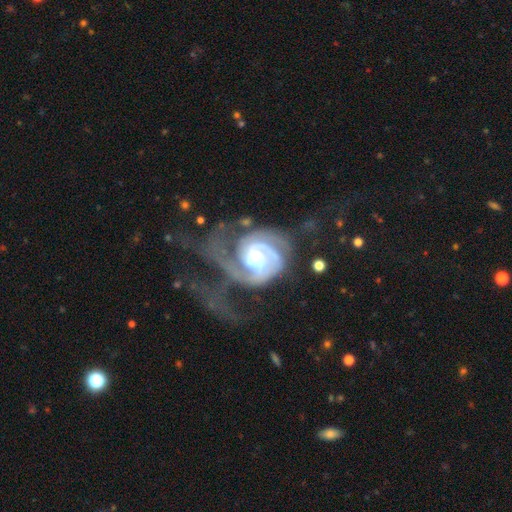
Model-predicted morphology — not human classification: featured or disk 88%, smooth 7%, star or artifact 5%. Down the decision tree: edge-on disk — no (98%); bar — no (57%); spiral arms — yes (96%); spiral arm count — 2 (43%); spiral winding — tight (49%); bulge size — small (46%); merging — major disturbance (54%).